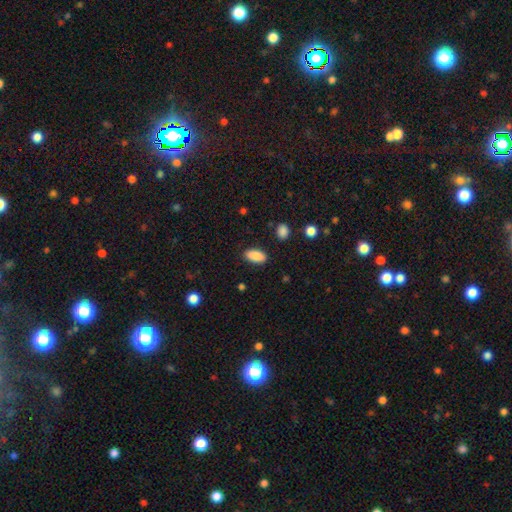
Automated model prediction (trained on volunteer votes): Smooth or featured? Predicted: smooth (p=0.89). How rounded? Predicted: in between (p=0.91). Merging? Predicted: none (p=0.87).